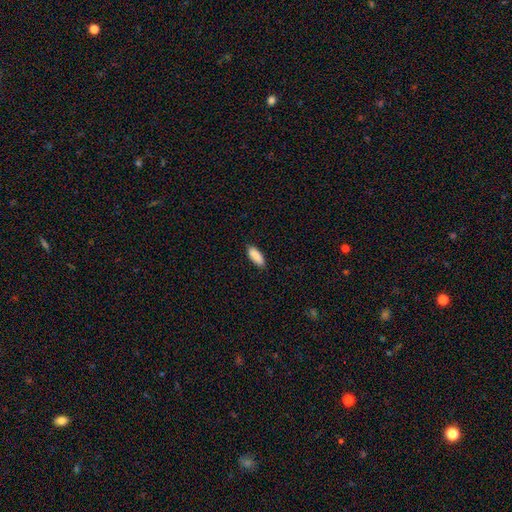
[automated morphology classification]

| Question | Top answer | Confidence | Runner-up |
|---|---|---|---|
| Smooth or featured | smooth | 90% | star or artifact (6%) |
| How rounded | in between | 74% | cigar-shaped (24%) |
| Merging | none | 86% | minor disturbance (11%) |